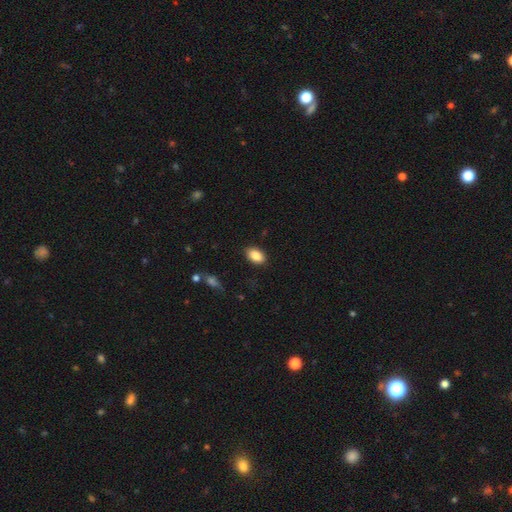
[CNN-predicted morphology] Smooth or featured?
  - smooth: 87% *
  - star or artifact: 8%
  - featured or disk: 5%
How rounded?
  - in between: 90% *
  - round: 8%
  - cigar-shaped: 2%
Merging?
  - none: 86% *
  - minor disturbance: 10%
  - major disturbance: 3%
  - merger: 1%